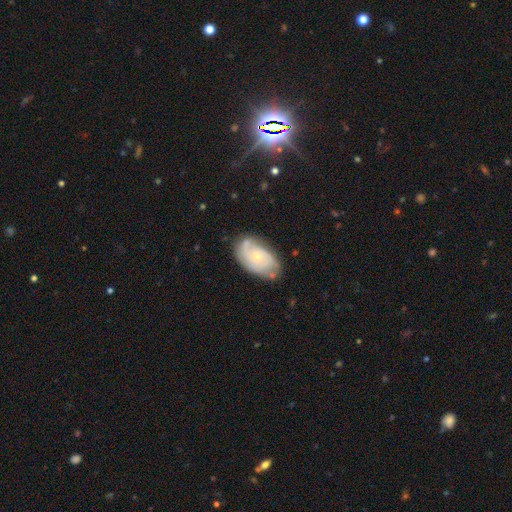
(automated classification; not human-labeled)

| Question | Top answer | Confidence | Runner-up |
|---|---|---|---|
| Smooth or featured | featured or disk | 63% | smooth (30%) |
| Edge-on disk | no | 96% | yes (4%) |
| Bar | no | 78% | weak (19%) |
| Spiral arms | yes | 83% | no (17%) |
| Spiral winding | tight | 51% | medium (35%) |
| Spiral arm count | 2 | 41% | can't tell (38%) |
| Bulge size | small | 76% | moderate (19%) |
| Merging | none | 64% | minor disturbance (25%) |